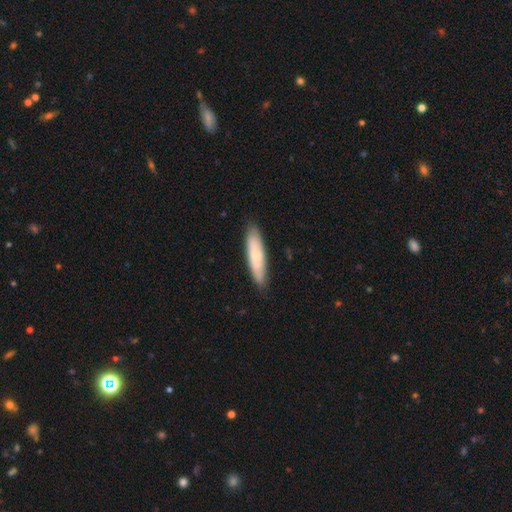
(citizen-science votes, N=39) This appears to be a smooth galaxy with no disk features (62%) that is cigar-shaped (92%). Merging: none (86%).